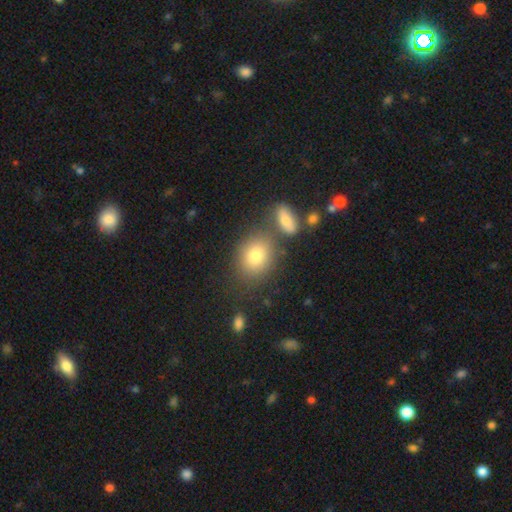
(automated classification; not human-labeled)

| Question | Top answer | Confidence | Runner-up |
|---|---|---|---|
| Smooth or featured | smooth | 78% | featured or disk (11%) |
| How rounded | in between | 49% | tied: round (49%) |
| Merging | none | 67% | merger (17%) |